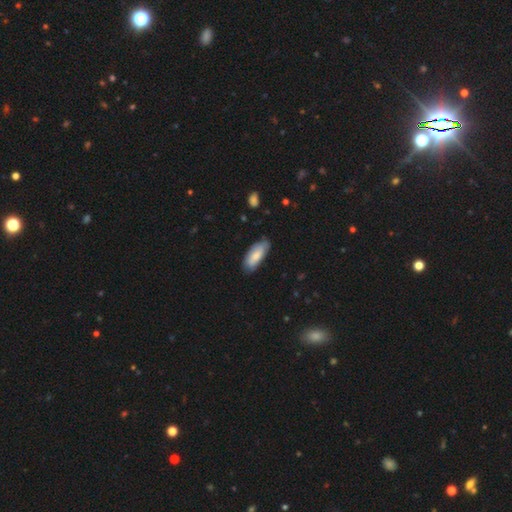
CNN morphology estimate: Smooth or featured? smooth (79%)
How rounded? in between (80%)
Merging? none (76%)